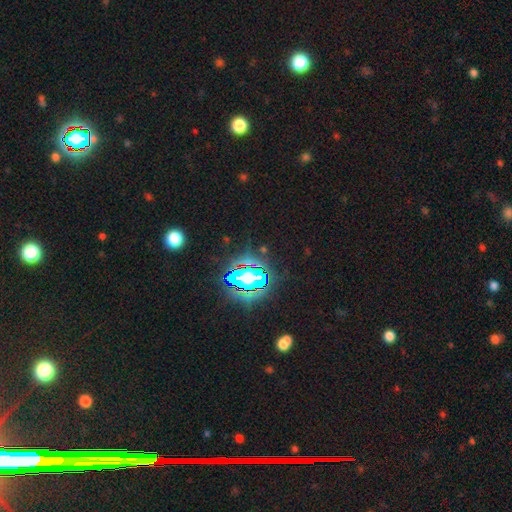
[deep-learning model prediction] Overall: star or artifact (83%).